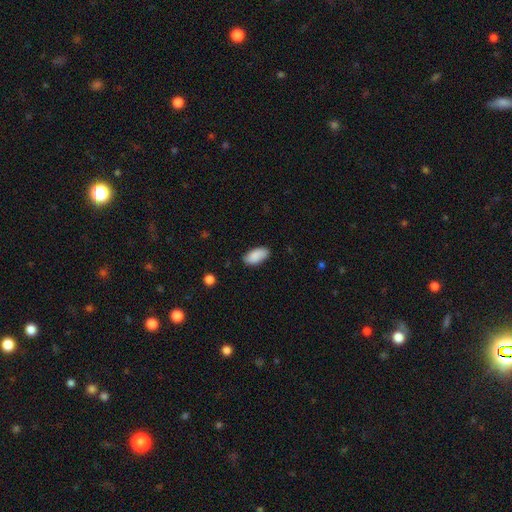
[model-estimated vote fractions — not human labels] Smooth or featured?
  - smooth: 88% *
  - star or artifact: 6%
  - featured or disk: 6%
How rounded?
  - in between: 94% *
  - cigar-shaped: 4%
  - round: 2%
Merging?
  - none: 83% *
  - minor disturbance: 13%
  - major disturbance: 2%
  - merger: 1%